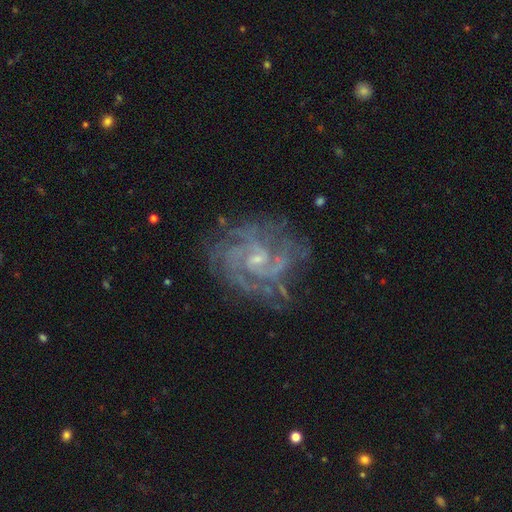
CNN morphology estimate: Smooth or featured? Predicted: featured or disk (p=0.85). Edge-on disk? Predicted: no (p=0.98). Bar? Predicted: no (p=0.48). Spiral arms? Predicted: yes (p=0.97). Spiral winding? Predicted: tight (p=0.57). Spiral arm count? Predicted: 2 (p=0.27). Bulge size? Predicted: small (p=0.66). Merging? Predicted: none (p=0.76).